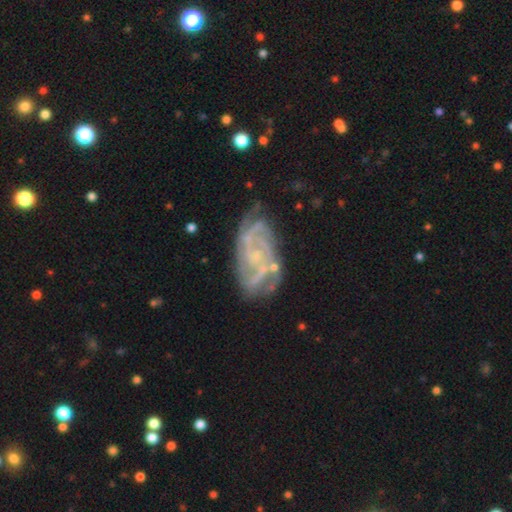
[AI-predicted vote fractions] smooth-or-featured: featured or disk: 82% | smooth: 10% | star or artifact: 8%
  disk-edge-on: no: 96% | yes: 4%
    bar: no: 63% | weak: 30% | strong: 7%
    has-spiral-arms: yes: 90% | no: 10%
      spiral-winding: tight: 46% | medium: 39% | loose: 15%
      spiral-arm-count: can't tell: 33% | 3: 20% | 2: 20% | 4: 13% | more than 4: 7% | 1: 6%
    bulge-size: small: 60% | none: 26% | moderate: 13% | large: 1% | dominant: 1%
  merging: none: 63% | minor disturbance: 21% | major disturbance: 11% | merger: 5%